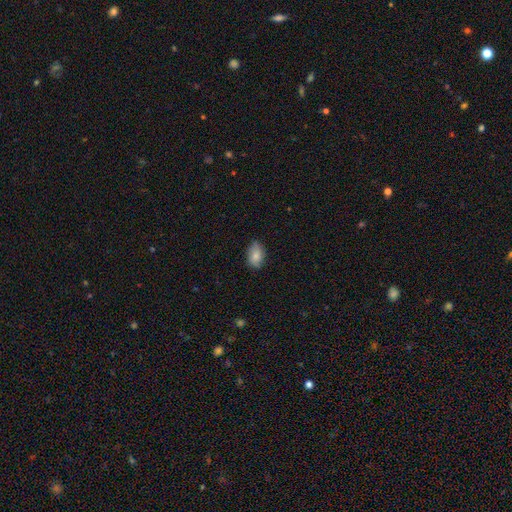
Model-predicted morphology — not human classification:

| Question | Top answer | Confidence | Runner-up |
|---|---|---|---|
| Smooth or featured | smooth | 81% | featured or disk (12%) |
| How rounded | in between | 89% | round (9%) |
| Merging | none | 76% | minor disturbance (20%) |